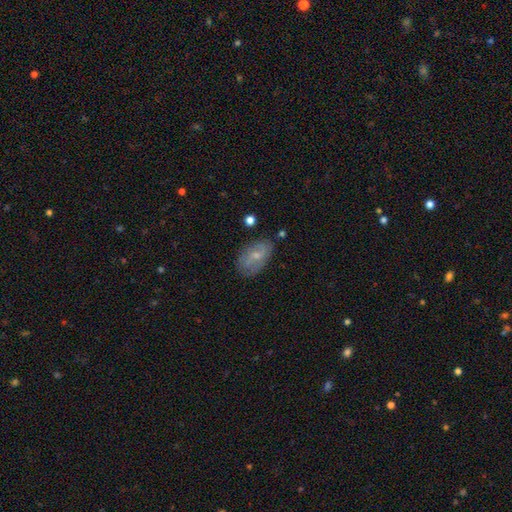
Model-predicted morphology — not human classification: A featured or disk galaxy (47%).

Vote fractions:
- Smooth or featured? featured or disk: 47% / smooth: 44% / star or artifact: 8%
- Merging? none: 70% / minor disturbance: 21% / major disturbance: 6% / merger: 3%